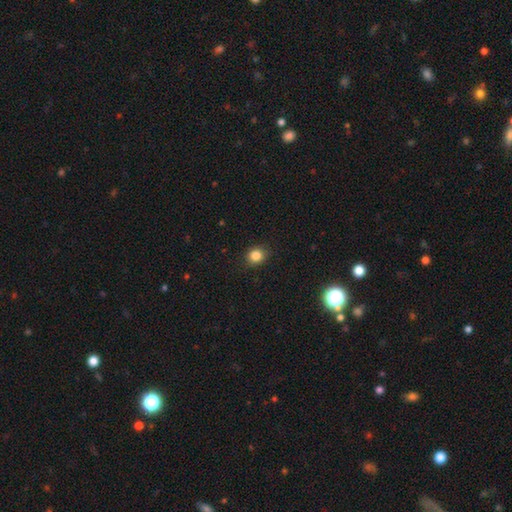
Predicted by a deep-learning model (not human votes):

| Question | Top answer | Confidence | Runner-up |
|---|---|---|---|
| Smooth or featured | smooth | 84% | star or artifact (12%) |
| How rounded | round | 73% | in between (26%) |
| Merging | none | 89% | minor disturbance (8%) |